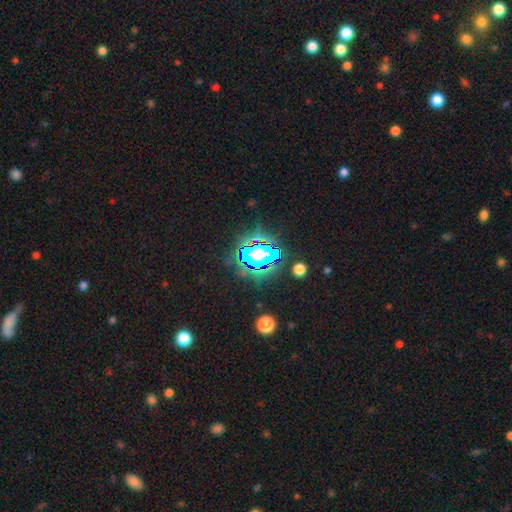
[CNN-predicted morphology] Smooth or featured? star or artifact (78%)